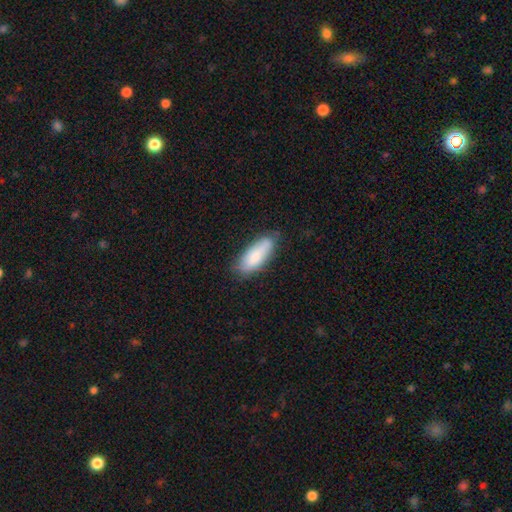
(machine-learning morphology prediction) smooth 80%, featured or disk 14%, star or artifact 6%. Down the decision tree: how rounded — in between (73%); merging — none (71%).